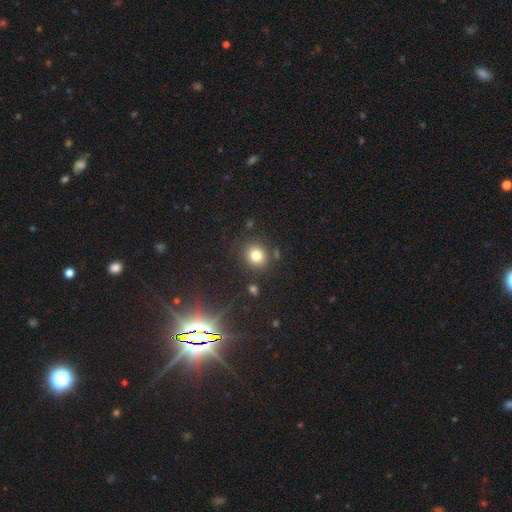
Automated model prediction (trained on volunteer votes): Overall: smooth (74%). How rounded: round (79%). Merging: none (83%).